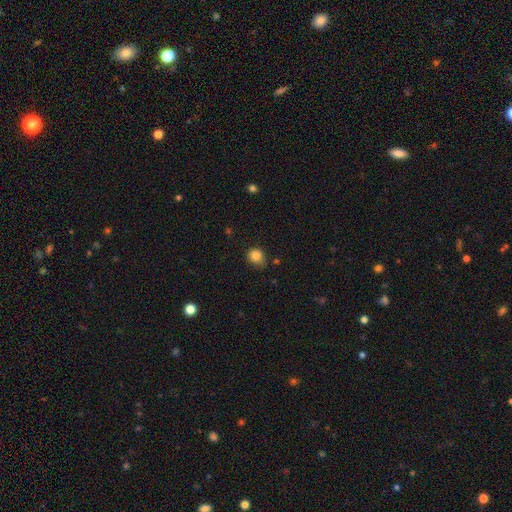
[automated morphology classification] smooth_or_featured: smooth (p=0.84) [alt: star or artifact p=0.11]
how_rounded: round (p=0.72) [alt: in between p=0.27]
merging: none (p=0.68) [alt: minor disturbance p=0.25]